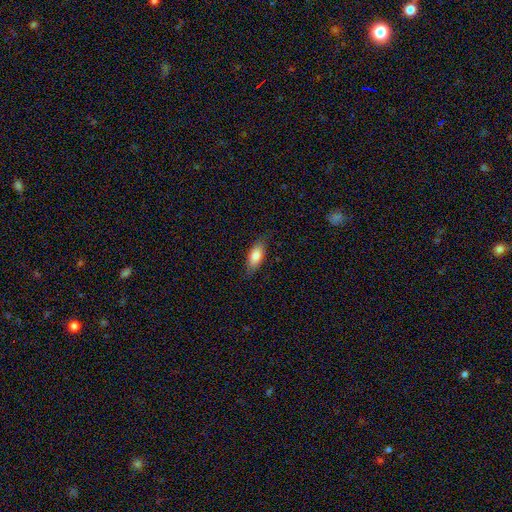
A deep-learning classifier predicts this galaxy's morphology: Smooth or featured? smooth (81%)
How rounded? in between (79%)
Merging? none (82%)